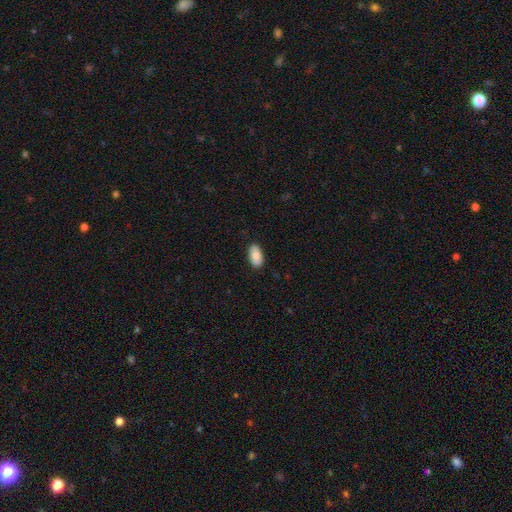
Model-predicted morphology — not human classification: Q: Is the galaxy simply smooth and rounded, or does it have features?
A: smooth — 86%.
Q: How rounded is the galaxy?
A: in between — 94%.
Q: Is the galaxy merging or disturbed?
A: none — 88%.